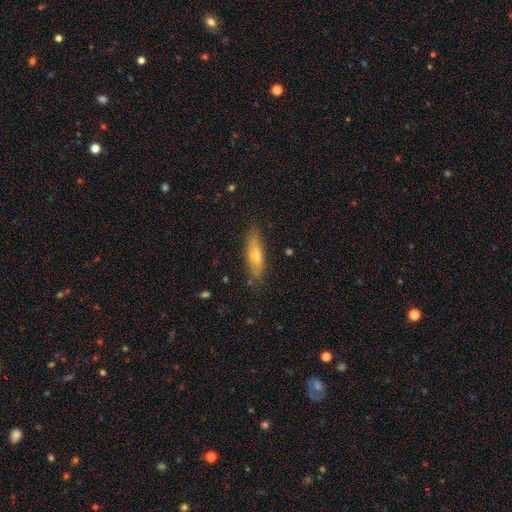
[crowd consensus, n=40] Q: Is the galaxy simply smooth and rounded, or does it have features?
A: smooth — 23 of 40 (57%).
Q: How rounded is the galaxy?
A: cigar-shaped — 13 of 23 (57%).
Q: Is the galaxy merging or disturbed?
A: none — 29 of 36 (81%).